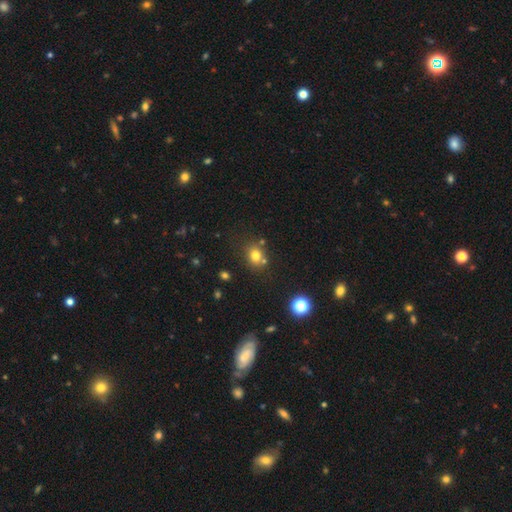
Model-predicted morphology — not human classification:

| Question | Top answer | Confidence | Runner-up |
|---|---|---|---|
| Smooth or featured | smooth | 76% | star or artifact (16%) |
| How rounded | round | 66% | in between (33%) |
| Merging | none | 70% | merger (14%) |